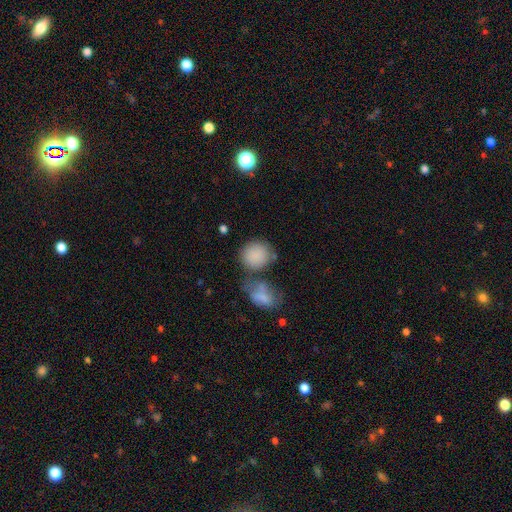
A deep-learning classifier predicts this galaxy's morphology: Smooth or featured?
  - smooth: 86% *
  - star or artifact: 7%
  - featured or disk: 7%
How rounded?
  - round: 75% *
  - in between: 24%
  - cigar-shaped: 1%
Merging?
  - none: 48% *
  - merger: 30%
  - minor disturbance: 14%
  - major disturbance: 8%